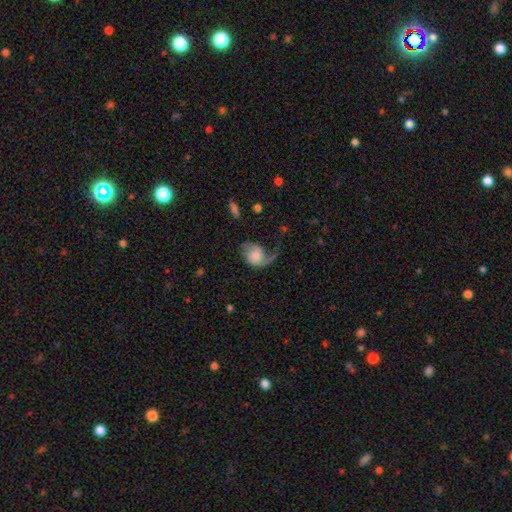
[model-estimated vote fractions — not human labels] This is likely a featured or disk galaxy (68%). It is clearly not viewed edge-on (97%). Bar: likely no (69%). Spiral arm pattern: clearly yes (92%). Spiral arm count: possibly 1 (52%). Spiral winding: possibly loose (58%). Central bulge: marginally moderate (29%). Merging: marginally major disturbance (42%).